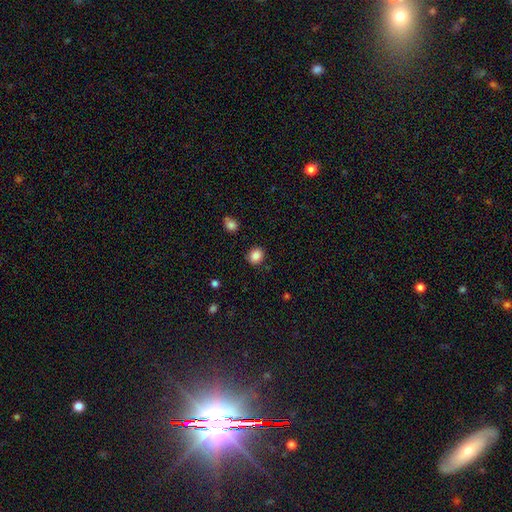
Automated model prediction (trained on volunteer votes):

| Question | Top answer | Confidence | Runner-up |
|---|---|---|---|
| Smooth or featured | smooth | 86% | star or artifact (10%) |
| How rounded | round | 73% | in between (26%) |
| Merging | none | 89% | minor disturbance (8%) |